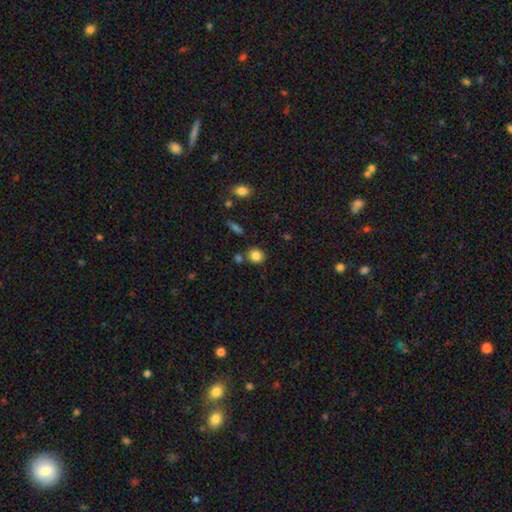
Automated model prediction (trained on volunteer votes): Smooth or featured? smooth (84%)
How rounded? round (81%)
Merging? none (79%)